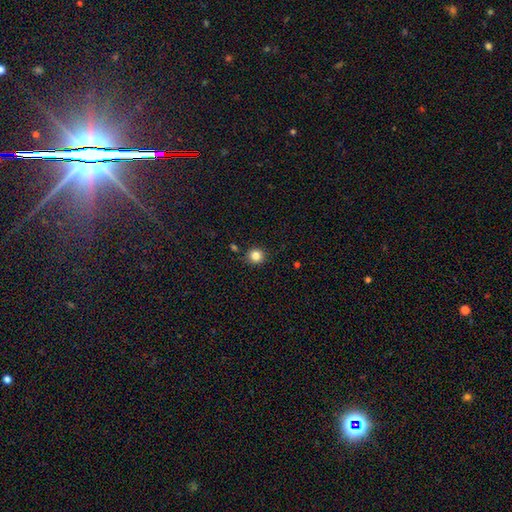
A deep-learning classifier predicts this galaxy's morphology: Overall: smooth (84%). How rounded: round (92%). Merging: none (88%).